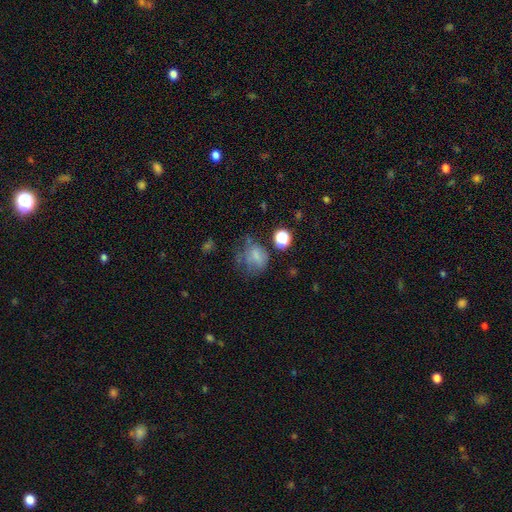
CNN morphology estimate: Q: Smooth or featured?
A: smooth (58%); runner-up: featured or disk (23%)
Q: How rounded?
A: round (53%); runner-up: in between (46%)
Q: Merging?
A: none (36%); runner-up: major disturbance (32%)